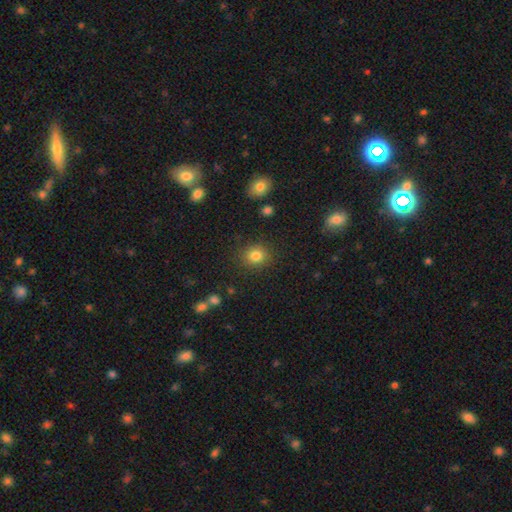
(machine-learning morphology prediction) A smooth galaxy with no disk features (82%) that is round (74%). Merging: none (85%).